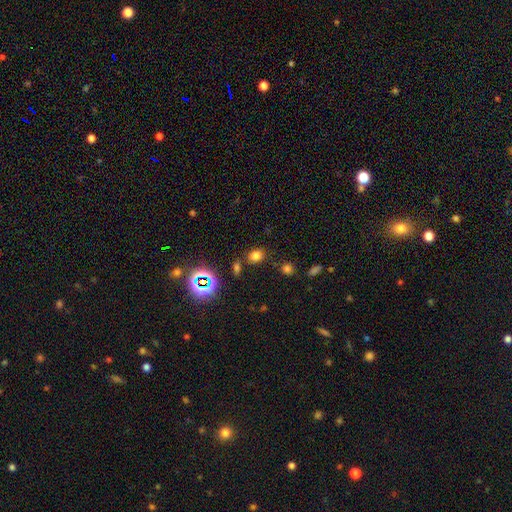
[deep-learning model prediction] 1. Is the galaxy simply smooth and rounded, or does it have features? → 71% smooth, 22% star or artifact, 7% featured or disk.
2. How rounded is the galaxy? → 51% in between, 48% round, 1% cigar-shaped.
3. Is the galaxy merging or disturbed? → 76% none, 11% minor disturbance, 9% merger, 4% major disturbance.